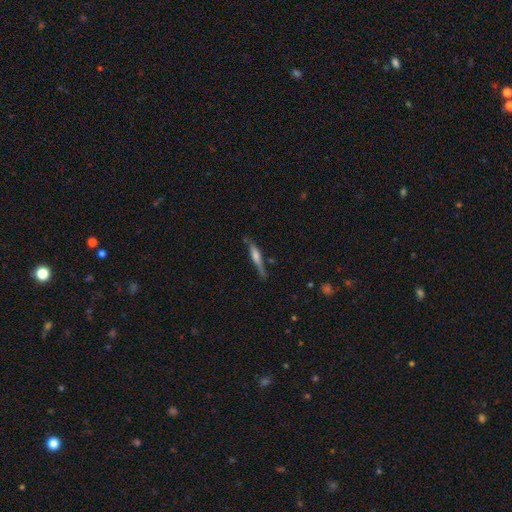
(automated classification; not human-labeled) The model was most divided on "smooth or featured": featured or disk: 61%, smooth: 32%, star or artifact: 7%. More confident: edge-on disk — yes (95%); merging — none (74%); edge-on bulge — rounded (65%).